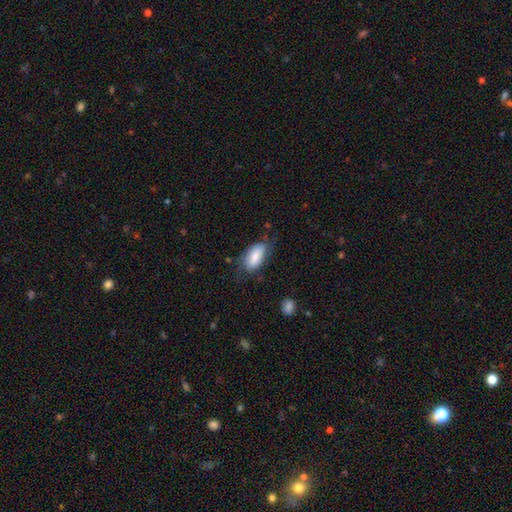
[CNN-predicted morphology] type=smooth (67%); roundness=in between (91%); merging=none (59%).